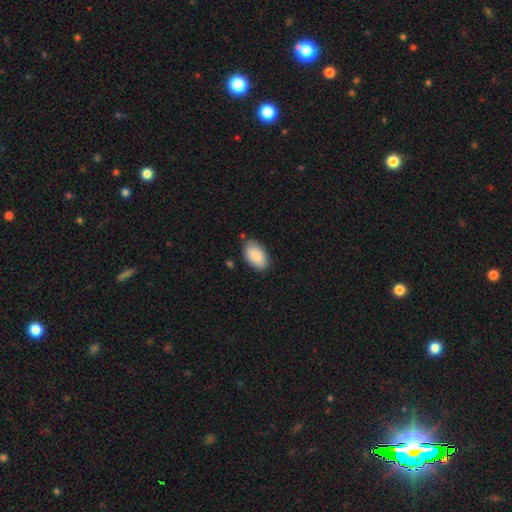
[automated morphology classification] Smooth or featured?
  - smooth: 89% *
  - star or artifact: 6%
  - featured or disk: 5%
How rounded?
  - in between: 95% *
  - round: 4%
  - cigar-shaped: 1%
Merging?
  - none: 80% *
  - minor disturbance: 15%
  - major disturbance: 3%
  - merger: 2%